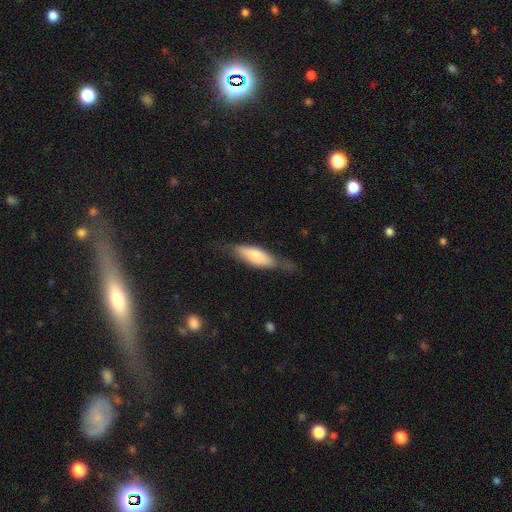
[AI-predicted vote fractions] A smooth galaxy with no disk features (65%) that is in between round and cigar-shaped (57%).

Vote fractions:
- Smooth or featured? smooth: 65% / featured or disk: 30% / star or artifact: 6%
- How rounded? in between: 57% / cigar-shaped: 41% / round: 2%
- Merging? none: 58% / minor disturbance: 28% / major disturbance: 12% / merger: 2%